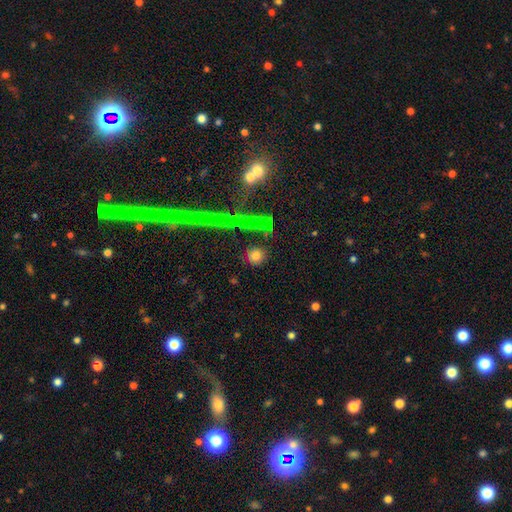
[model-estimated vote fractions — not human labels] Morphology: type=smooth (75%); roundness=round (92%); merging=none (85%).